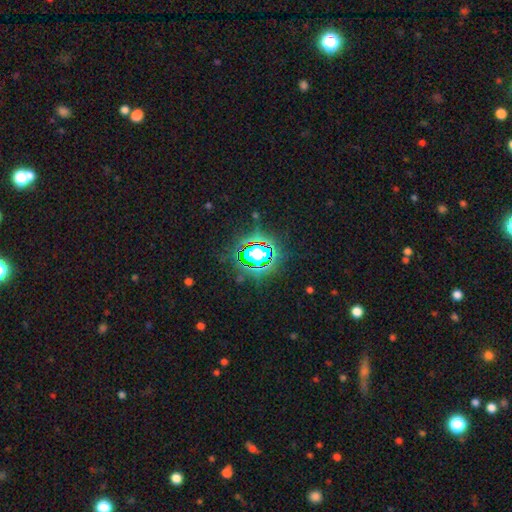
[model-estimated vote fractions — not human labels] Overall: star or artifact (70%).